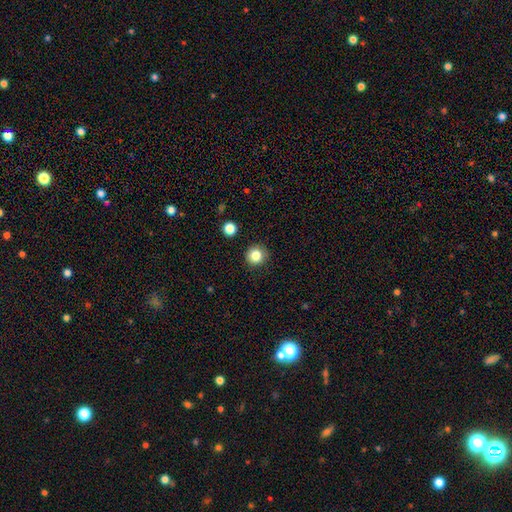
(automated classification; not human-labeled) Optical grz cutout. It shows a smooth galaxy with no disk features (83%) that is round (94%). Merging: none (90%).